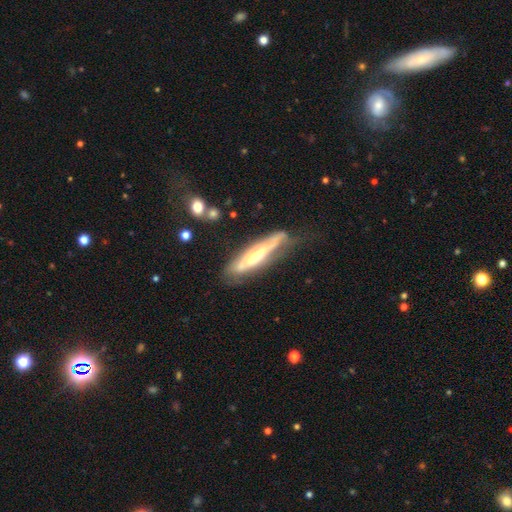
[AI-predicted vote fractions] The model was most divided on "merging": none: 50%, minor disturbance: 30%, major disturbance: 16%, merger: 4%. More confident: smooth or featured — featured or disk (64%); edge-on disk — yes (62%).